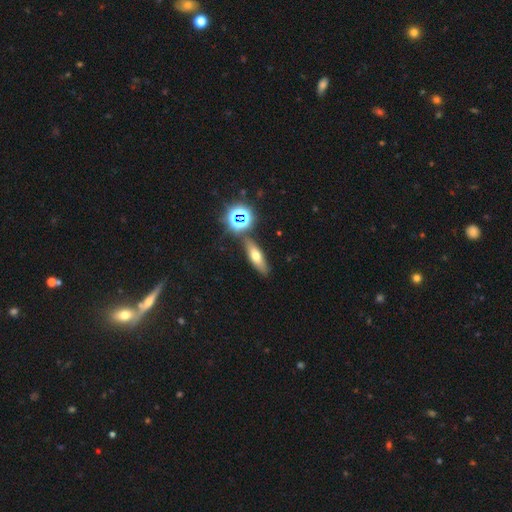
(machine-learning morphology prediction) Smooth or featured: smooth — 51% (featured or disk — 30%)
How rounded: cigar-shaped — 46% (tied with in between — 46%)
Merging: none — 82% (minor disturbance — 10%)